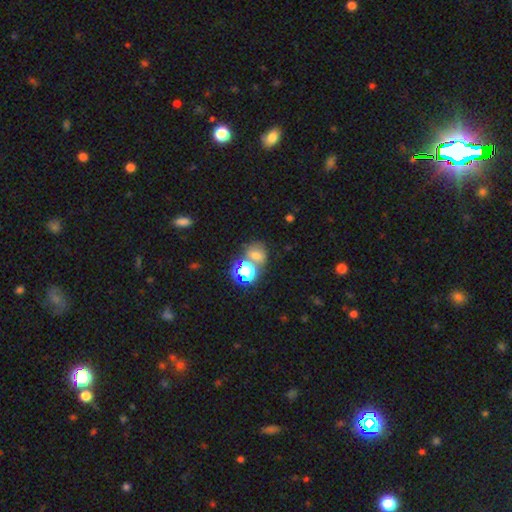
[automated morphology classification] Q: Smooth or featured?
A: smooth (54%); runner-up: star or artifact (34%)
Q: How rounded?
A: round (63%); runner-up: in between (36%)
Q: Merging?
A: none (47%); runner-up: merger (35%)